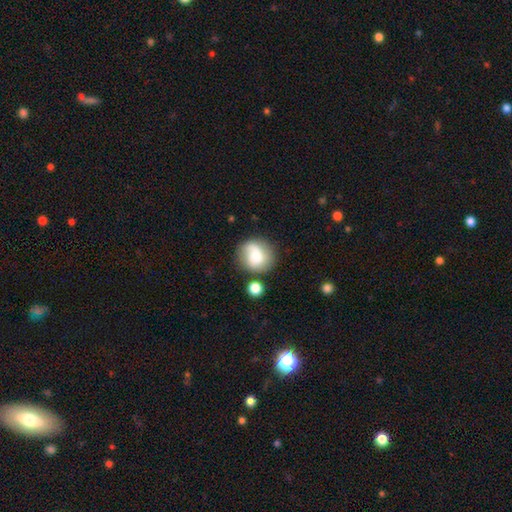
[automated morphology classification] Smooth or featured? Predicted: smooth (p=0.58). How rounded? Predicted: round (p=0.83). Merging? Predicted: none (p=0.63).